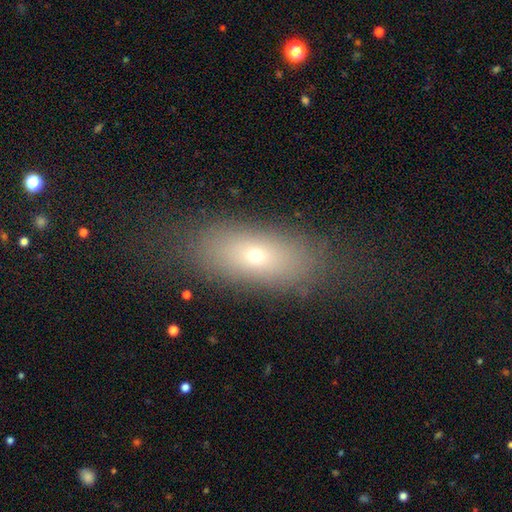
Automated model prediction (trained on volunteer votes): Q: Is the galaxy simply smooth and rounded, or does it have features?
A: smooth — 62%.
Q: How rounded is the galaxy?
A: in between — 77%.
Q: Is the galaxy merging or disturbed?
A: none — 76%.